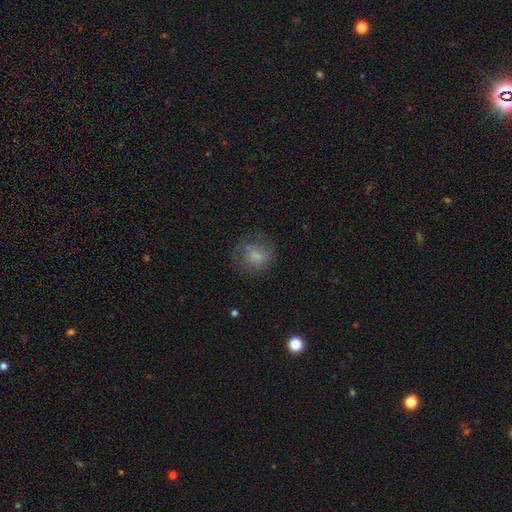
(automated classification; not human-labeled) This is likely a smooth galaxy (71%). How rounded: likely round (78%). Merging: likely none (64%).